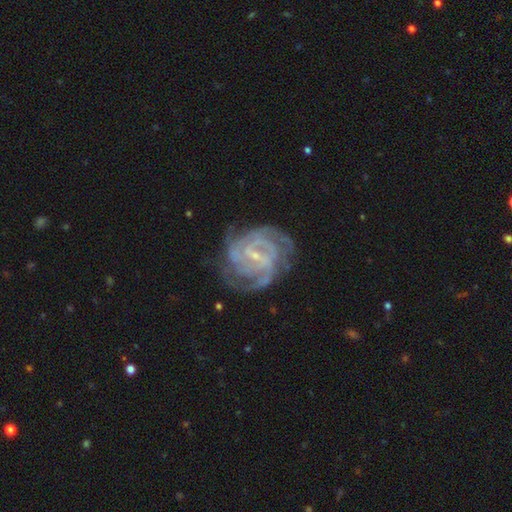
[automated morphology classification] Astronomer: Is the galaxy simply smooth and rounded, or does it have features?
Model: featured or disk — 89%.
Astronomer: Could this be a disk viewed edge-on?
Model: no — 97%.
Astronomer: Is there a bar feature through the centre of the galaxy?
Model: weak — 51% (runner-up: strong, 32%).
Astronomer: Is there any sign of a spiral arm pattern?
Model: yes — 97%.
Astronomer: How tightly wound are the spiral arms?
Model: tight — 62%.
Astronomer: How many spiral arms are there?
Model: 4 — 24% (runner-up: 3, 23%).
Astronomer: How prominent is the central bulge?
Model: small — 77%.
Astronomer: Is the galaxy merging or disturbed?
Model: none — 72%.